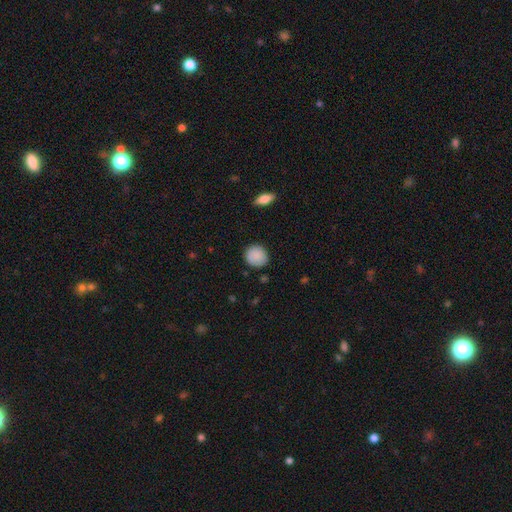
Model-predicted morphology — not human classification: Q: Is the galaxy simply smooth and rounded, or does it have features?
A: smooth — 89%.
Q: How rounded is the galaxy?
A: round — 87%.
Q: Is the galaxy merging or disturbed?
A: none — 86%.